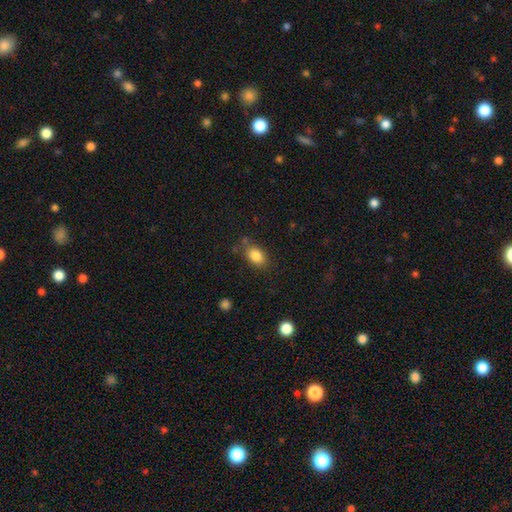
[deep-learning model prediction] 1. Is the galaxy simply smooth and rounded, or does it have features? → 85% smooth, 9% star or artifact, 7% featured or disk.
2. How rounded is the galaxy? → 83% in between, 16% round, 2% cigar-shaped.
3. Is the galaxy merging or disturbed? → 73% none, 16% minor disturbance, 6% merger, 5% major disturbance.